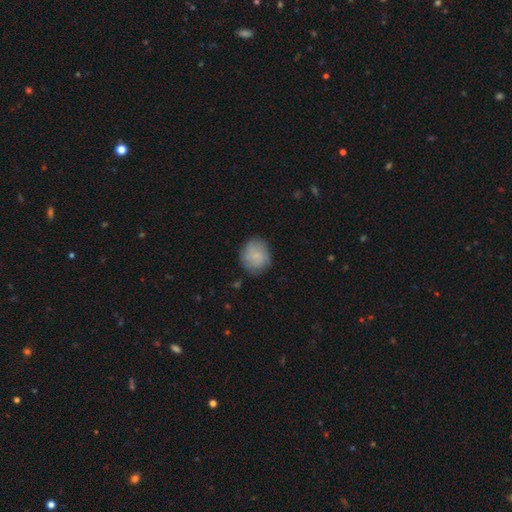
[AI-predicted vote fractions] smooth 77%, featured or disk 16%, star or artifact 7%. Down the decision tree: how rounded — round (77%); merging — none (75%).